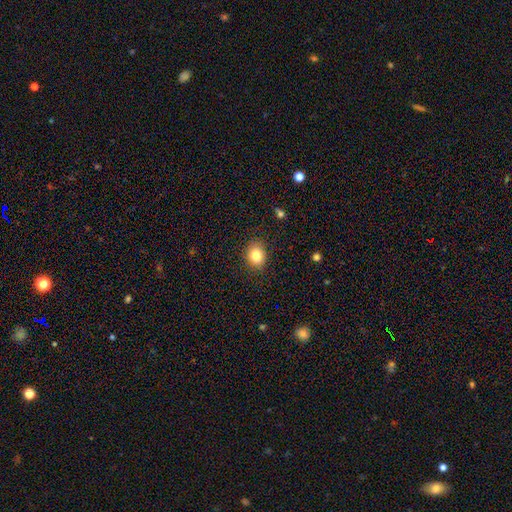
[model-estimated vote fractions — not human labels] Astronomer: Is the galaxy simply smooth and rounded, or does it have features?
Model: smooth — 82%.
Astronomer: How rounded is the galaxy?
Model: round — 55% (runner-up: in between, 44%).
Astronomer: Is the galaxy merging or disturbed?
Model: none — 87%.